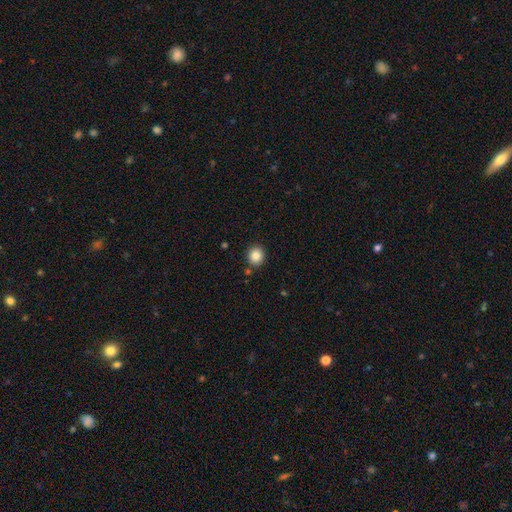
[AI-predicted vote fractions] Smooth or featured: smooth — 85% (star or artifact — 10%)
How rounded: round — 86% (in between — 13%)
Merging: none — 88% (minor disturbance — 7%)